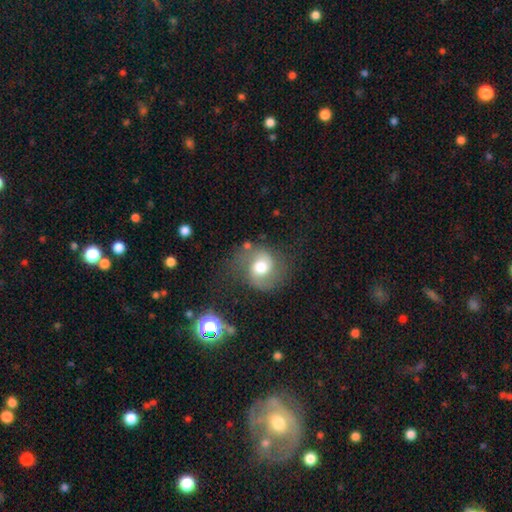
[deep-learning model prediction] smooth_or_featured: featured or disk (p=0.56) [alt: smooth p=0.31]
disk_edge_on: no (p=0.97) [alt: yes p=0.03]
bar: no (p=0.49) [alt: weak p=0.38]
has_spiral_arms: yes (p=0.84) [alt: no p=0.16]
bulge_size: moderate (p=0.66) [alt: large p=0.21]
merging: none (p=0.66) [alt: minor disturbance p=0.19]